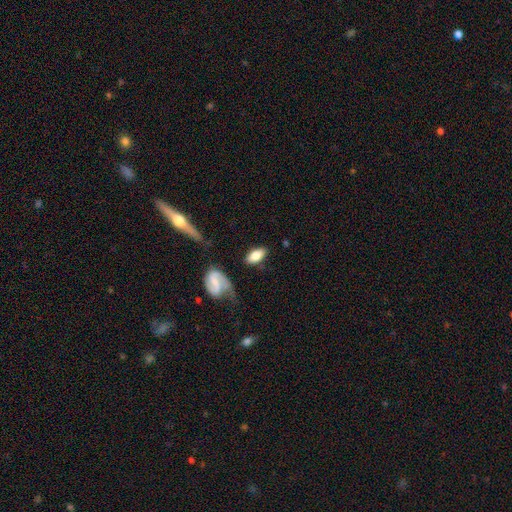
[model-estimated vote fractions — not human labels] Smooth or featured?
  - smooth: 74% *
  - featured or disk: 19%
  - star or artifact: 7%
How rounded?
  - in between: 89% *
  - round: 5%
  - cigar-shaped: 5%
Merging?
  - none: 73% *
  - minor disturbance: 16%
  - major disturbance: 6%
  - merger: 4%